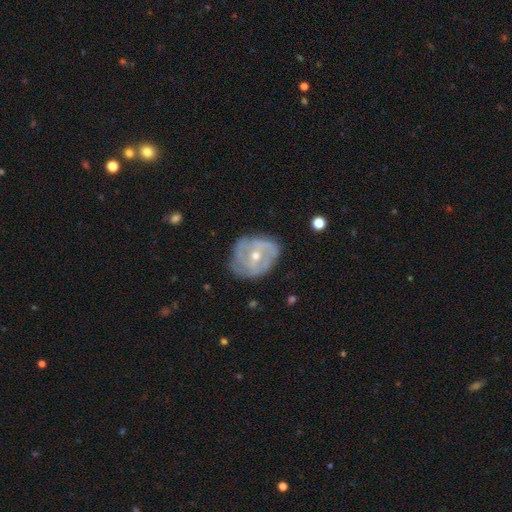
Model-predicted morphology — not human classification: A featured or disk galaxy (78%) with no bar (51%), tight (49%) spiral arms (83%) and a moderate central bulge (50%).

Vote fractions:
- Smooth or featured? featured or disk: 78% / smooth: 15% / star or artifact: 7%
- Edge-on disk? no: 97% / yes: 3%
- Bar? no: 51% / weak: 35% / strong: 13%
- Spiral arms? yes: 83% / no: 17%
- Spiral winding? tight: 49% / medium: 36% / loose: 15%
- Spiral arm count? can't tell: 32% / 2: 30% / 3: 22% / 4: 6% / 1: 5% / more than 4: 4%
- Bulge size? moderate: 50% / small: 48% / large: 1% / none: 1% / dominant: 1%
- Merging? none: 66% / minor disturbance: 24% / major disturbance: 8% / merger: 2%